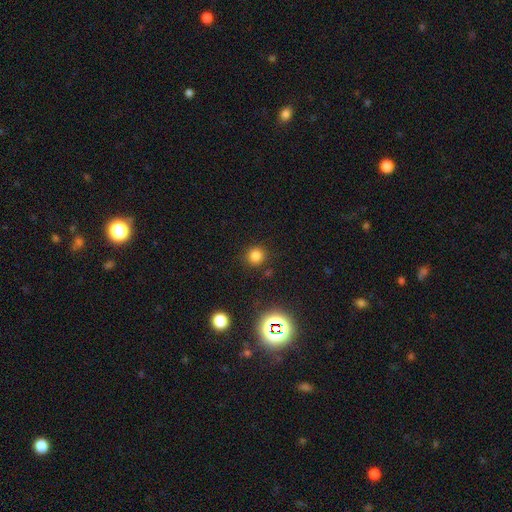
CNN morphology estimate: type=smooth (77%); roundness=round (91%); merging=none (87%).